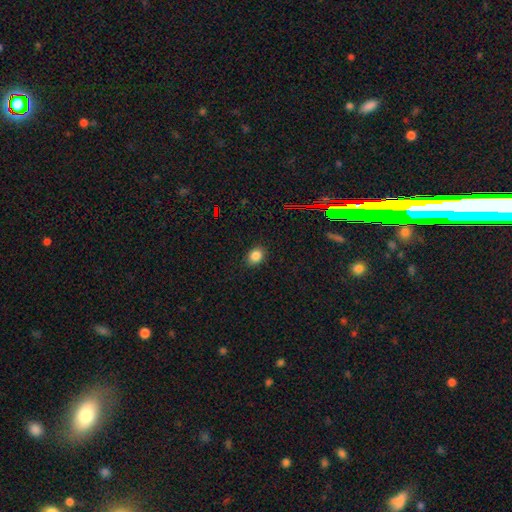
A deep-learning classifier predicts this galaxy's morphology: Smooth or featured?
  - smooth: 83% *
  - star or artifact: 12%
  - featured or disk: 5%
How rounded?
  - round: 50% *
  - in between: 49%
  - cigar-shaped: 1%
Merging?
  - none: 86% *
  - minor disturbance: 10%
  - major disturbance: 3%
  - merger: 1%